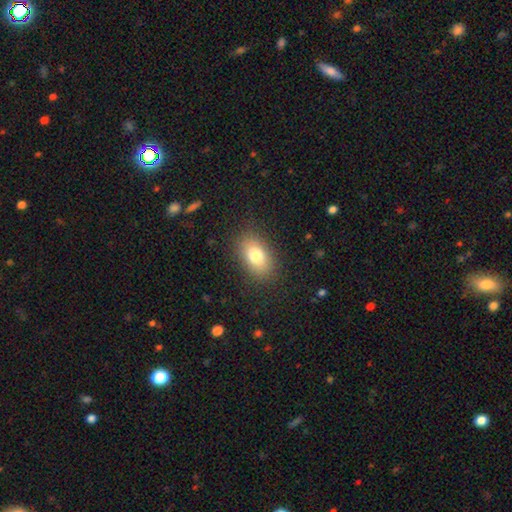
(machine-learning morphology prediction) type=smooth (78%); roundness=in between (87%); merging=none (85%).